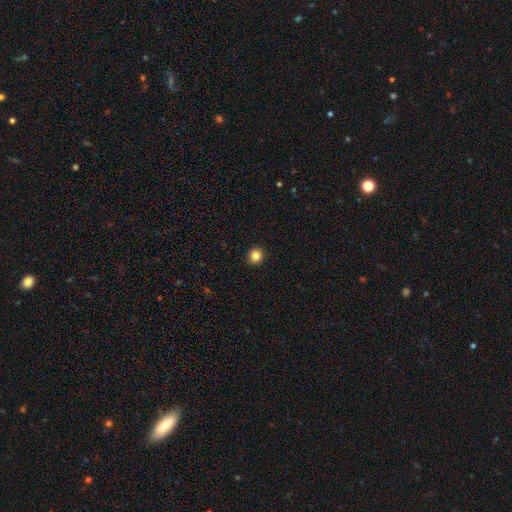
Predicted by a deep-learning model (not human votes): A smooth galaxy with no disk features (84%) that is round (91%).

Vote fractions:
- Smooth or featured? smooth: 84% / star or artifact: 11% / featured or disk: 5%
- How rounded? round: 91% / in between: 8% / cigar-shaped: 1%
- Merging? none: 93% / minor disturbance: 5% / major disturbance: 1% / merger: 1%